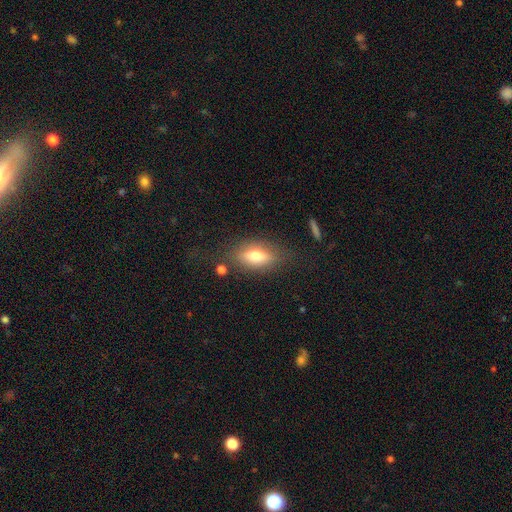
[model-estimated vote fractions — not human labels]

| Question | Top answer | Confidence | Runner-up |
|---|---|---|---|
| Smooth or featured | smooth | 70% | featured or disk (21%) |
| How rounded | in between | 80% | cigar-shaped (12%) |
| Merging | none | 75% | minor disturbance (15%) |